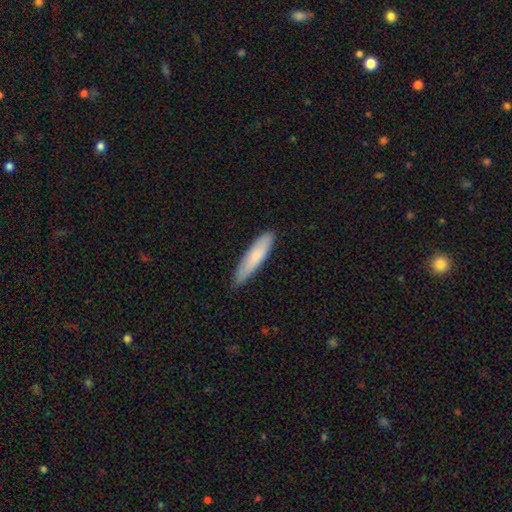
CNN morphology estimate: A smooth galaxy with no disk features (77%) that is cigar-shaped (78%).

Vote fractions:
- Smooth or featured? smooth: 77% / featured or disk: 17% / star or artifact: 5%
- How rounded? cigar-shaped: 78% / in between: 20% / round: 1%
- Merging? none: 81% / minor disturbance: 16% / major disturbance: 2% / merger: 1%